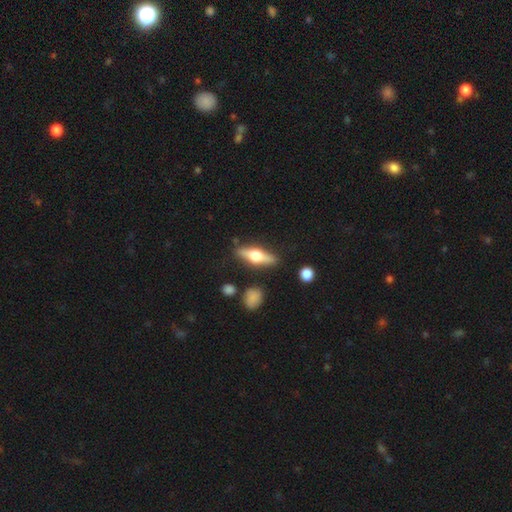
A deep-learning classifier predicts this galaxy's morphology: smooth_or_featured: featured or disk (p=0.57) [alt: smooth p=0.38]
disk_edge_on: yes (p=0.93) [alt: no p=0.07]
edge_on_bulge: rounded (p=0.95) [alt: boxy p=0.03]
merging: none (p=0.83) [alt: minor disturbance p=0.11]